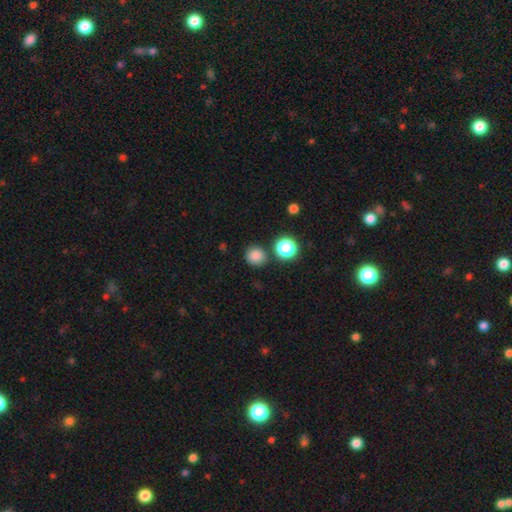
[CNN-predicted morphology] smooth 82%, star or artifact 14%, featured or disk 4%. Down the decision tree: how rounded — round (91%); merging — none (82%).